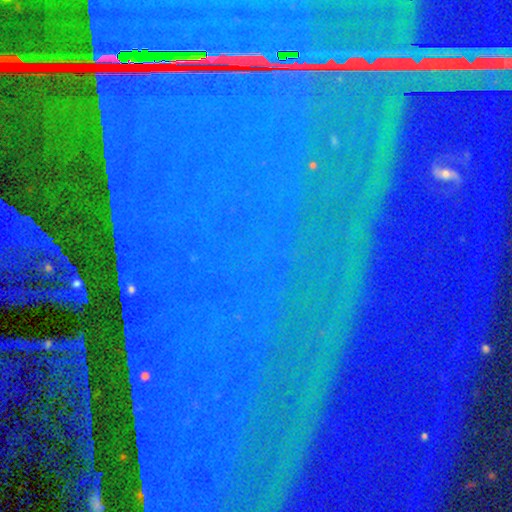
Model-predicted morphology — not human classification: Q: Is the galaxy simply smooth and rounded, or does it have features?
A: star or artifact — 88%.